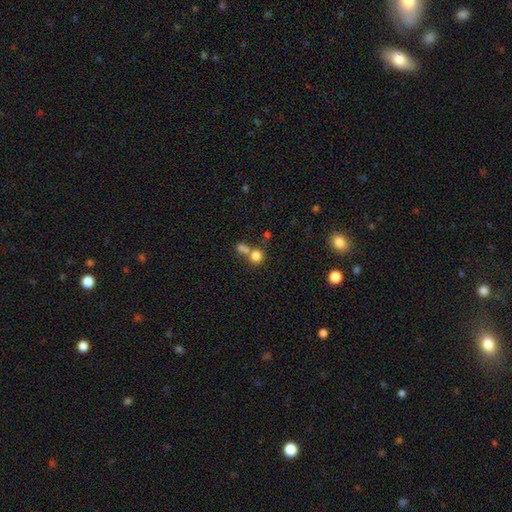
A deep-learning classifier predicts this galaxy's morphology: Overall: smooth (78%). How rounded: round (86%). Merging: none (45%; merger 43%).